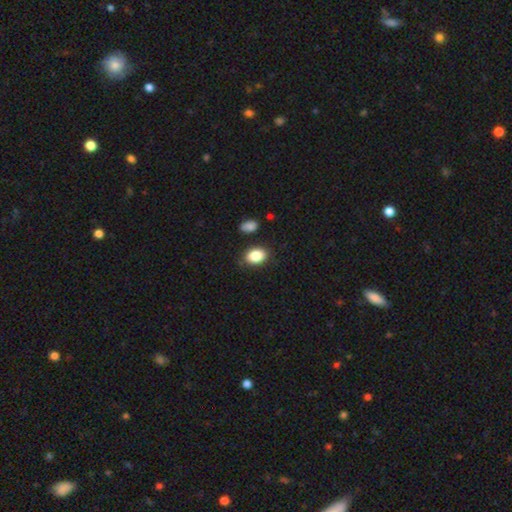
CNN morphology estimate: This is clearly a smooth galaxy (86%). How rounded: likely in between (78%). Merging: likely none (80%).